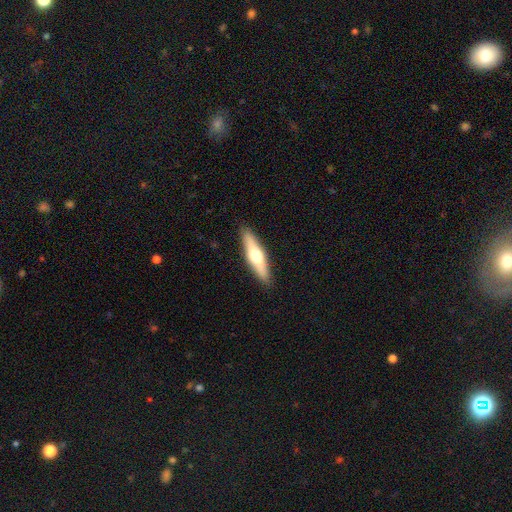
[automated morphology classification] Overall: smooth (48%; featured or disk 47%). Merging: none (90%).